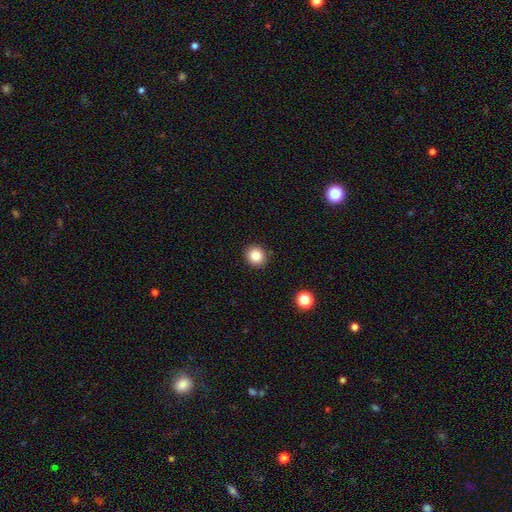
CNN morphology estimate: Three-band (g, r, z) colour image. It shows a smooth galaxy with no disk features (85%) that is round (87%). Merging: none (90%).